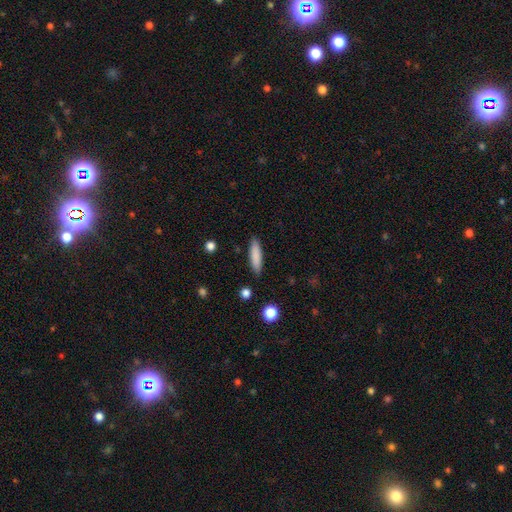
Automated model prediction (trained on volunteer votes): smooth-or-featured: smooth: 84% | featured or disk: 9% | star or artifact: 6%
  how-rounded: cigar-shaped: 72% | in between: 26% | round: 2%
  merging: none: 87% | minor disturbance: 9% | major disturbance: 2% | merger: 2%